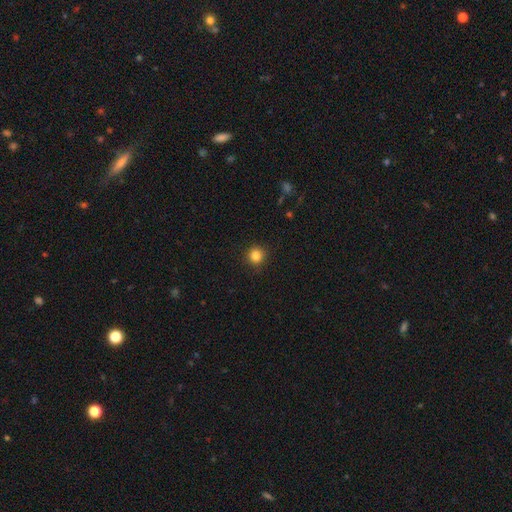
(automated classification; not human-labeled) A smooth galaxy with no disk features (85%) that is round (93%).

Vote fractions:
- Smooth or featured? smooth: 85% / star or artifact: 11% / featured or disk: 4%
- How rounded? round: 93% / in between: 6% / cigar-shaped: 1%
- Merging? none: 91% / minor disturbance: 6% / major disturbance: 2% / merger: 1%